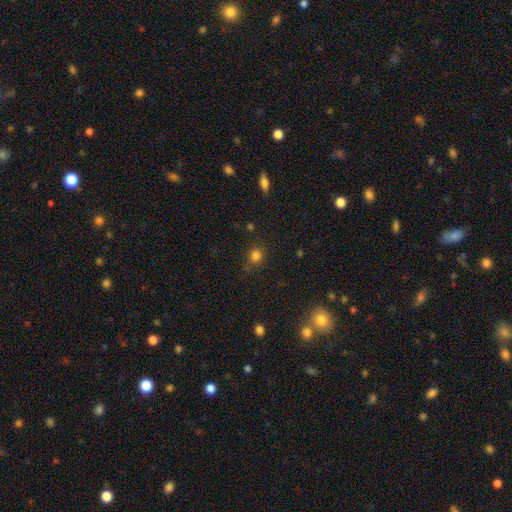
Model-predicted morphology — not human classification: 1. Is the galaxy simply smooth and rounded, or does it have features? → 79% smooth, 16% star or artifact, 5% featured or disk.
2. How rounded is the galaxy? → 80% round, 19% in between, 1% cigar-shaped.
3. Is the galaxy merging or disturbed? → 78% none, 13% minor disturbance, 5% major disturbance, 3% merger.